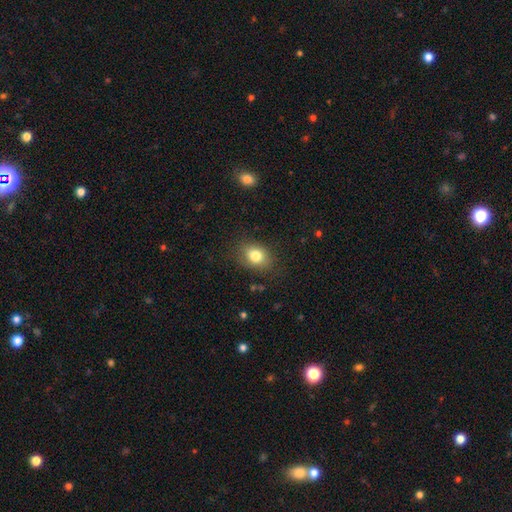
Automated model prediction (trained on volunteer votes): smooth_or_featured: smooth (p=0.81) [alt: star or artifact p=0.09]
how_rounded: in between (p=0.66) [alt: round p=0.33]
merging: none (p=0.81) [alt: minor disturbance p=0.14]